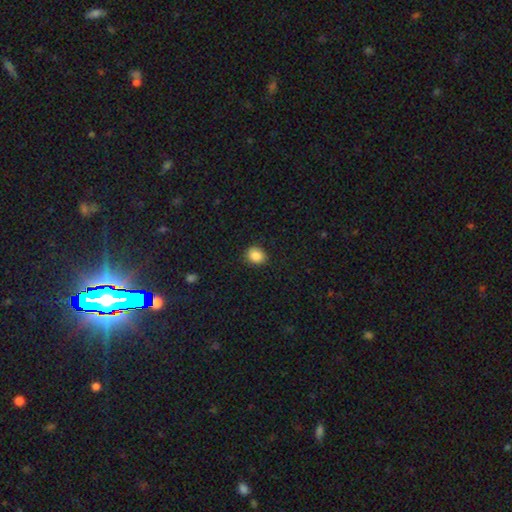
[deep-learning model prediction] A smooth galaxy with no disk features (87%) that is round (70%). Merging: none (88%).